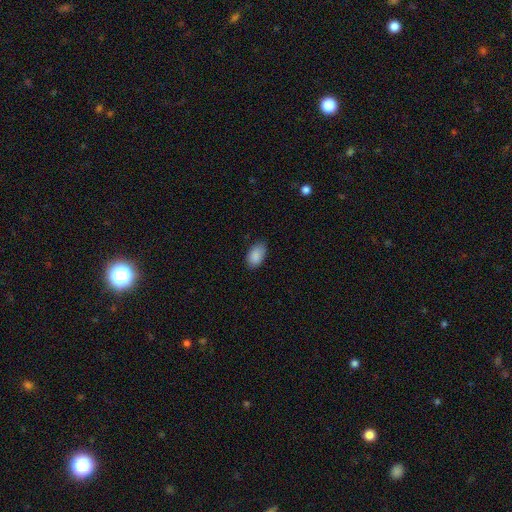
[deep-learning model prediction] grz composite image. It shows a smooth galaxy with no disk features (88%) that is in between round and cigar-shaped (92%). Merging: none (76%).